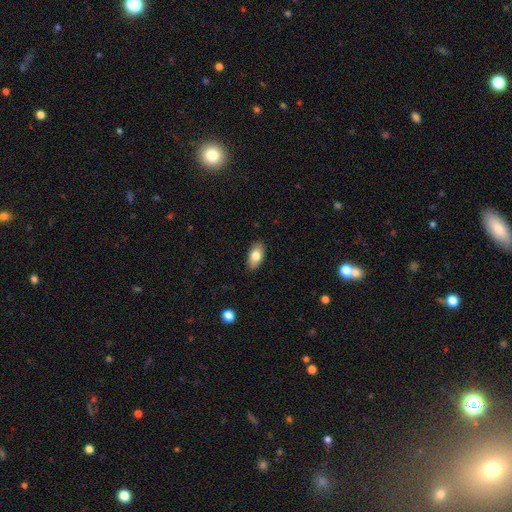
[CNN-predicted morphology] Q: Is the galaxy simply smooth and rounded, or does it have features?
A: smooth — 80%.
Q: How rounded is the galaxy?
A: in between — 91%.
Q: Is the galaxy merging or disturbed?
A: none — 88%.